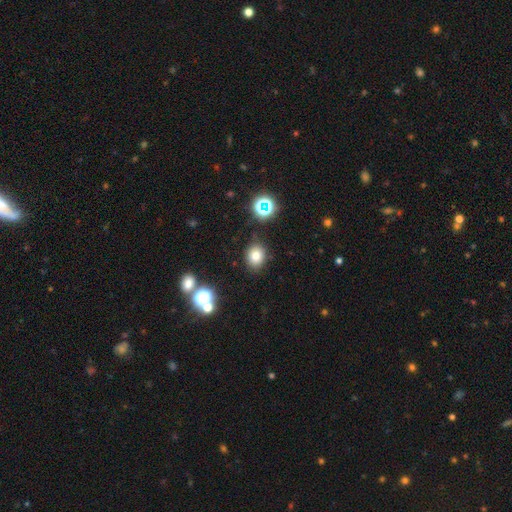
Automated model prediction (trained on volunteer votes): Smooth or featured: smooth — 77% (star or artifact — 15%)
How rounded: round — 59% (in between — 40%)
Merging: none — 84% (minor disturbance — 10%)